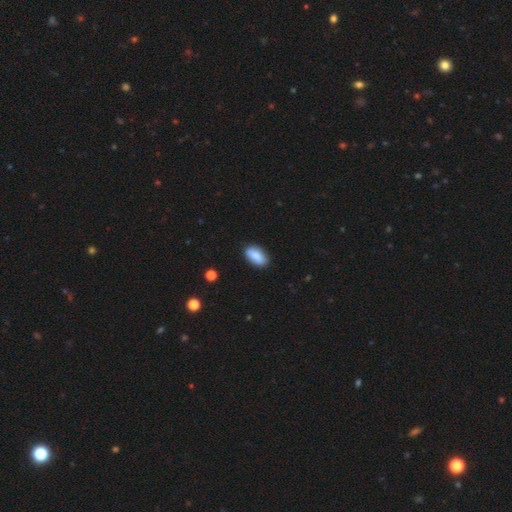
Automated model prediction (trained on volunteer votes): Overall: smooth (80%). How rounded: in between (93%). Merging: none (84%).